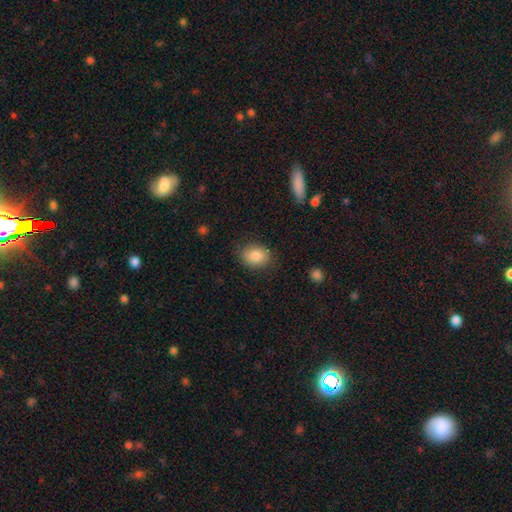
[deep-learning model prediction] A smooth galaxy with no disk features (84%) that is in between round and cigar-shaped (54%). Merging: none (82%).